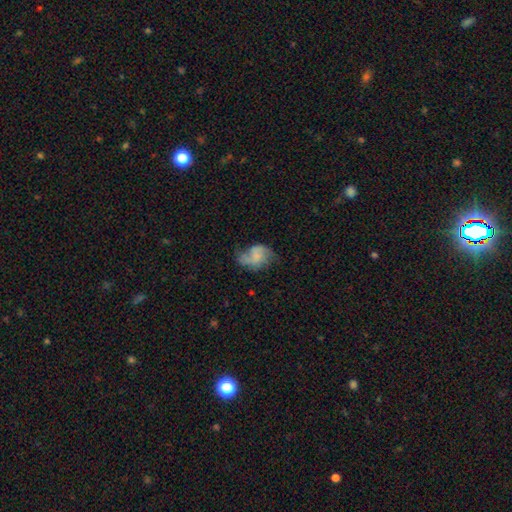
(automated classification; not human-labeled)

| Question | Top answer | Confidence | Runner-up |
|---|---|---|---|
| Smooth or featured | featured or disk | 60% | smooth (32%) |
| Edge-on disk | no | 98% | yes (2%) |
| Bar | no | 60% | weak (33%) |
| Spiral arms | yes | 86% | no (14%) |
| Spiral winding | loose | 56% | medium (34%) |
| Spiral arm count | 2 | 81% | can't tell (7%) |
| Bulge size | none | 47% | small (33%) |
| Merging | none | 50% | minor disturbance (26%) |